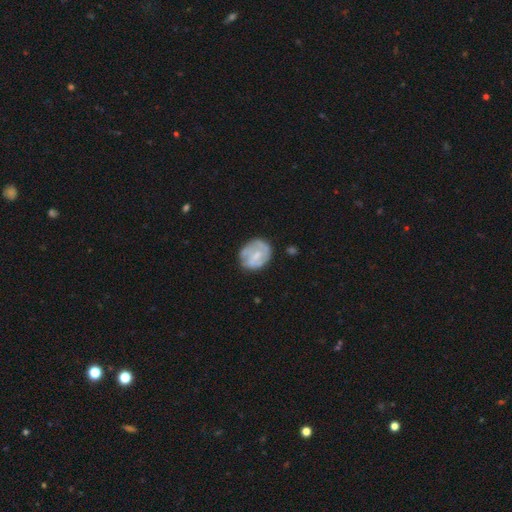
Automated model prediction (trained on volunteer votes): This appears to be a featured or disk galaxy (53%) with no bar (60%), no spiral arms (61%) and a small central bulge (38%). Merging: none (63%).